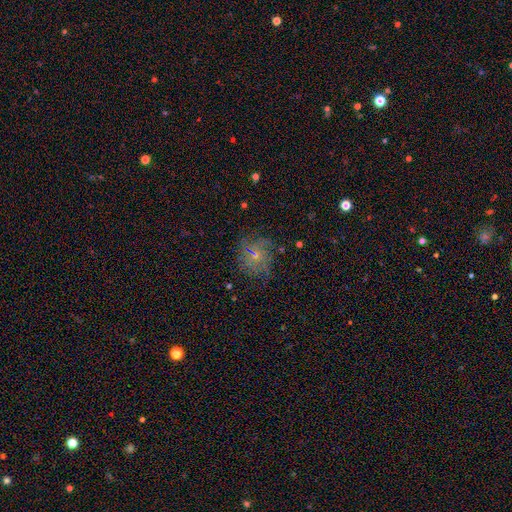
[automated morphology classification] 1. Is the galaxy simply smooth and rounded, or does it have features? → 42% featured or disk, 37% smooth, 21% star or artifact.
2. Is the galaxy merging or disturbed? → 70% none, 18% minor disturbance, 10% major disturbance, 2% merger.